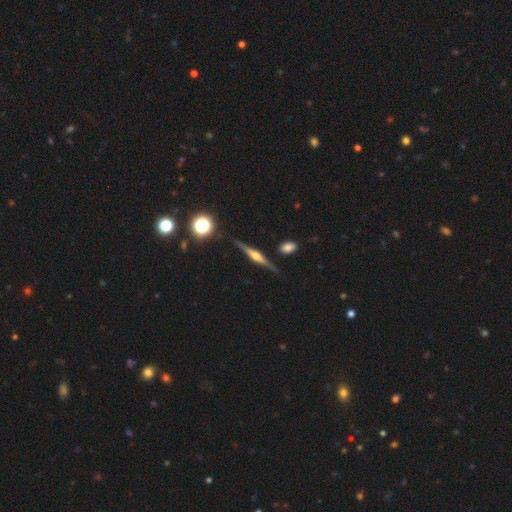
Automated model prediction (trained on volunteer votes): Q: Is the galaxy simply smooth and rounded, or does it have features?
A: featured or disk — 75%.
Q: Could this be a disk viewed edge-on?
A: yes — 97%.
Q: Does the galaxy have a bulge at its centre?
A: rounded — 79%.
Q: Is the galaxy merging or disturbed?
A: none — 85%.